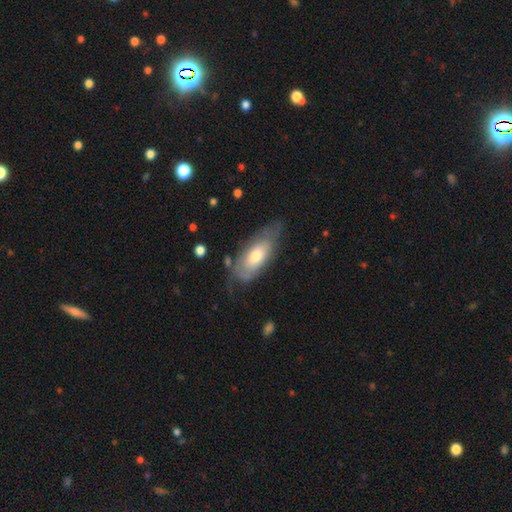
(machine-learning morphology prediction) This appears to be a smooth galaxy with no disk features (54%) that is in between round and cigar-shaped (82%). Merging: none (57%).